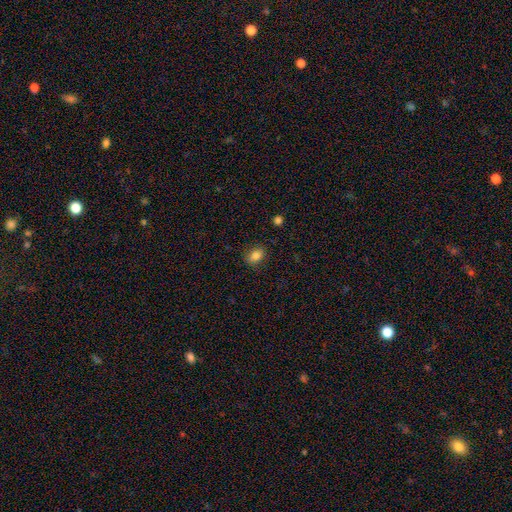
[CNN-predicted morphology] smooth-or-featured: smooth: 82% | star or artifact: 10% | featured or disk: 7%
  how-rounded: in between: 61% | round: 38% | cigar-shaped: 1%
  merging: none: 86% | minor disturbance: 11% | major disturbance: 2% | merger: 1%